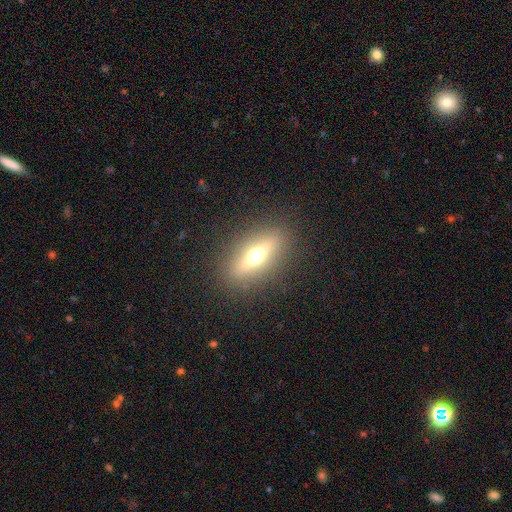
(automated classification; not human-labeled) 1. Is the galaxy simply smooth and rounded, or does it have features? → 53% featured or disk, 37% smooth, 10% star or artifact.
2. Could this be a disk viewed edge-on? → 80% yes, 20% no.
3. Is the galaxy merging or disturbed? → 88% none, 8% minor disturbance, 4% major disturbance, 1% merger.